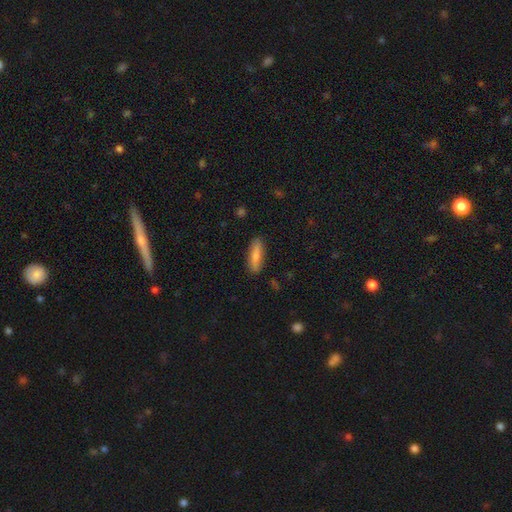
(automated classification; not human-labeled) Overall: smooth (81%). How rounded: cigar-shaped (58%; in between 40%). Merging: none (86%).